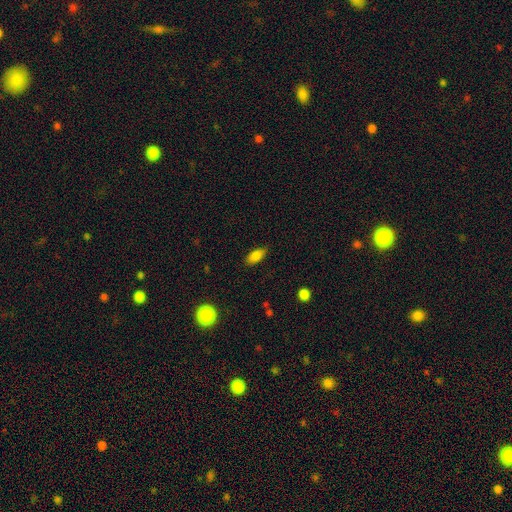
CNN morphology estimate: smooth-or-featured: smooth: 83% | star or artifact: 9% | featured or disk: 8%
  how-rounded: in between: 86% | cigar-shaped: 11% | round: 4%
  merging: none: 84% | minor disturbance: 13% | major disturbance: 3% | merger: 1%